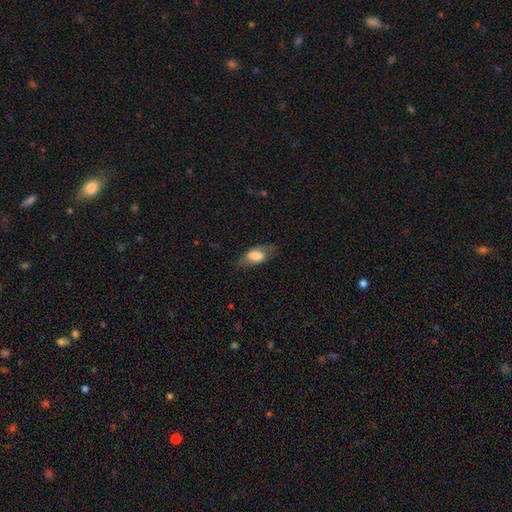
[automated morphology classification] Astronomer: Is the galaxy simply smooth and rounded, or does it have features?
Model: smooth — 69%.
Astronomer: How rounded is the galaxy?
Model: in between — 86%.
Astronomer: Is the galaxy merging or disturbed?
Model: none — 68%.